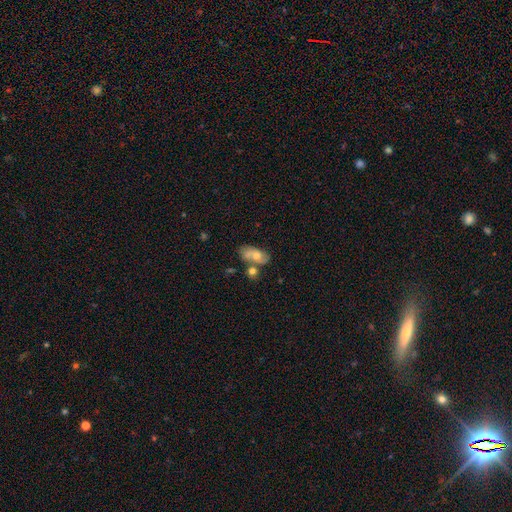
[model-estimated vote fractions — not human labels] smooth-or-featured: smooth: 53% | featured or disk: 39% | star or artifact: 9%
  how-rounded: in between: 86% | round: 9% | cigar-shaped: 5%
  merging: none: 46% | merger: 29% | minor disturbance: 18% | major disturbance: 7%